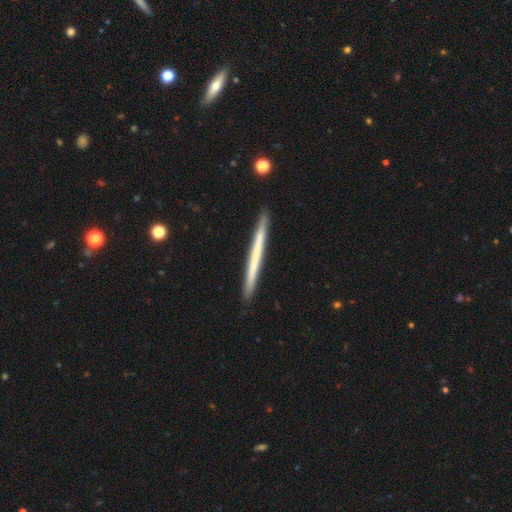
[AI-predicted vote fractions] Overall: smooth (49%; featured or disk 46%). Merging: none (92%).